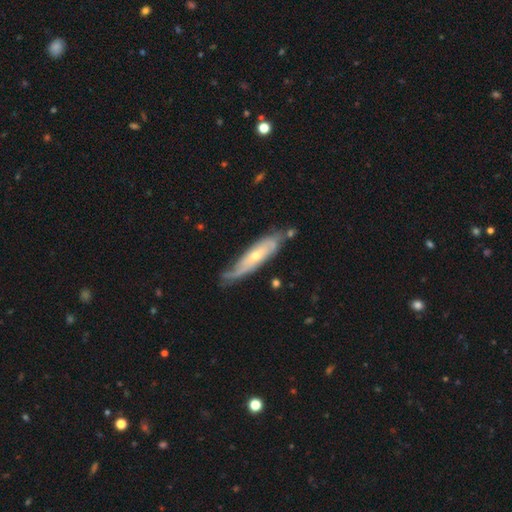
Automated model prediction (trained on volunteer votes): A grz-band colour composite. It shows a featured or disk galaxy (67%). Merging: none (60%).